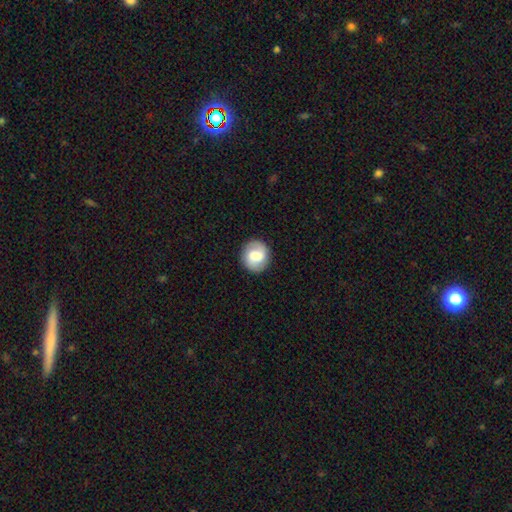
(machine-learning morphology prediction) The model was most divided on "smooth or featured": smooth: 56%, featured or disk: 36%, star or artifact: 7%. More confident: merging — none (88%); how rounded — round (83%).